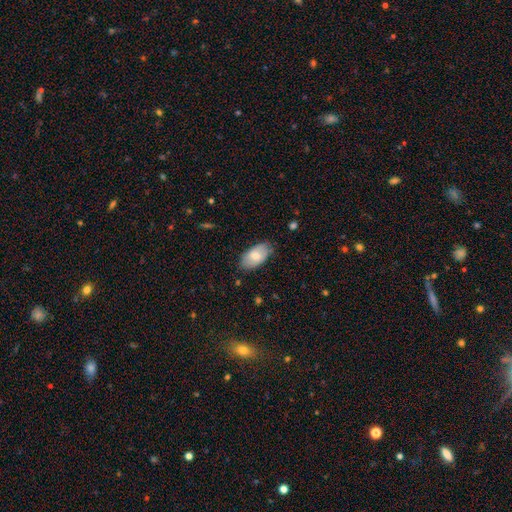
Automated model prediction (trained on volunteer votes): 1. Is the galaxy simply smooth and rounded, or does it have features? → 72% smooth, 22% featured or disk, 6% star or artifact.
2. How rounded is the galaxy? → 95% in between, 3% round, 2% cigar-shaped.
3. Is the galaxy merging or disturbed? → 78% none, 18% minor disturbance, 3% major disturbance, 1% merger.